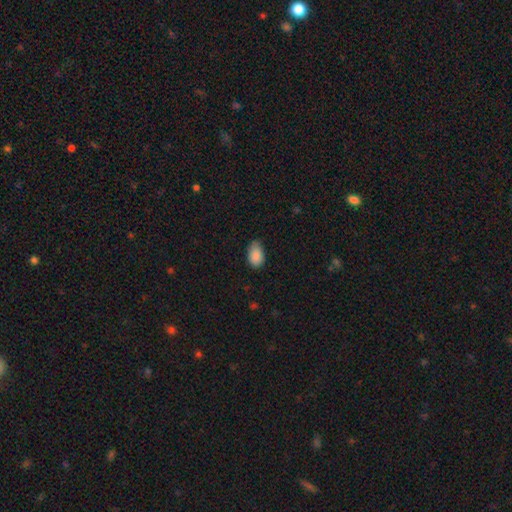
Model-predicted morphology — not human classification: Smooth or featured? Predicted: smooth (p=0.88). How rounded? Predicted: in between (p=0.91). Merging? Predicted: none (p=0.60).